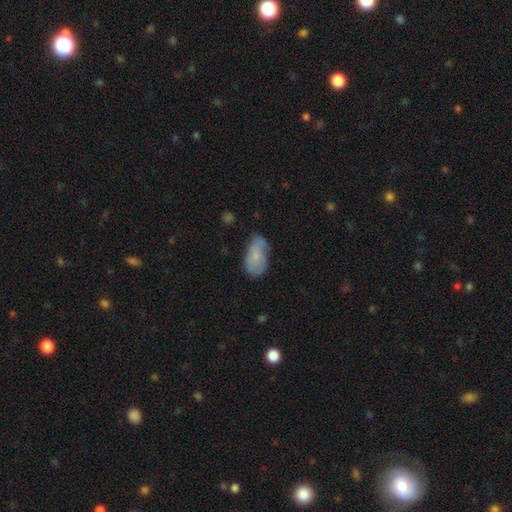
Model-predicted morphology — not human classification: smooth 71%, featured or disk 21%, star or artifact 8%. Down the decision tree: how rounded — in between (93%); merging — none (58%).